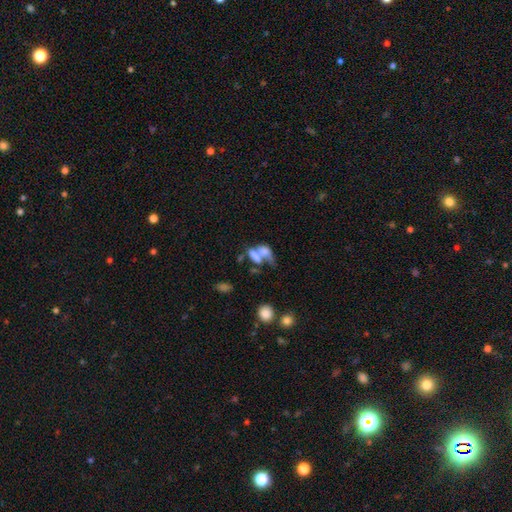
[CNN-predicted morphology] smooth-or-featured: smooth: 62% | featured or disk: 26% | star or artifact: 12%
  how-rounded: in between: 75% | round: 15% | cigar-shaped: 11%
  merging: merger: 61% | none: 17% | major disturbance: 13% | minor disturbance: 9%